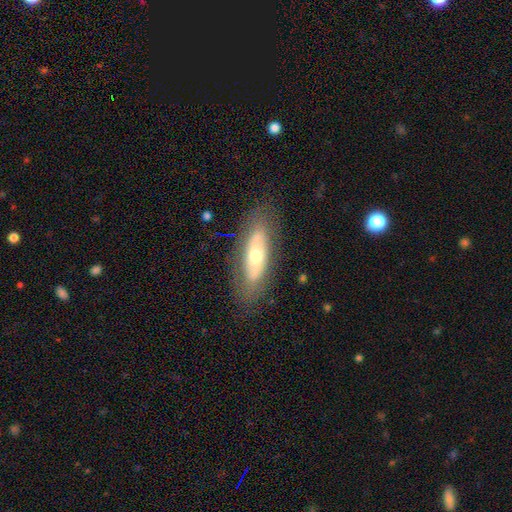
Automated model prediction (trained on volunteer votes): Smooth or featured? Predicted: featured or disk (p=0.50). Merging? Predicted: none (p=0.78).